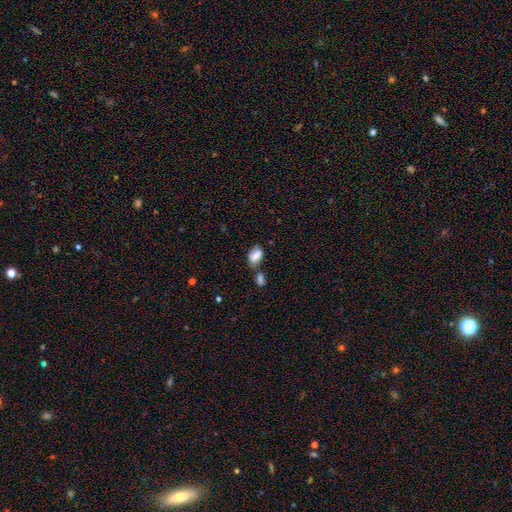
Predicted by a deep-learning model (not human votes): A smooth galaxy with no disk features (80%) that is in between round and cigar-shaped (88%).

Vote fractions:
- Smooth or featured? smooth: 80% / featured or disk: 11% / star or artifact: 8%
- How rounded? in between: 88% / round: 11% / cigar-shaped: 2%
- Merging? none: 45% / merger: 33% / minor disturbance: 16% / major disturbance: 6%